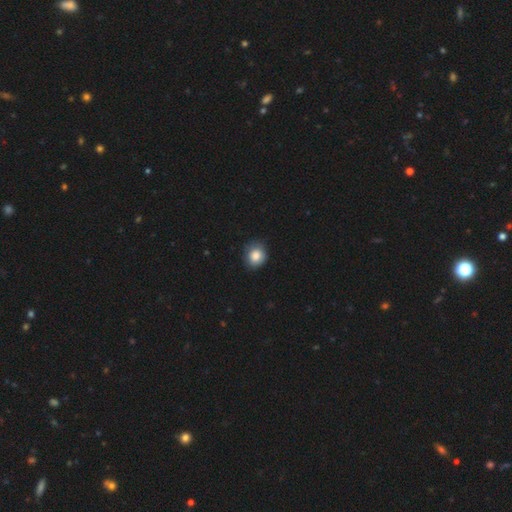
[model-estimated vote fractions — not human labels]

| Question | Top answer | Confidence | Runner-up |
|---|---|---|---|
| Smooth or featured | smooth | 84% | star or artifact (9%) |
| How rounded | round | 70% | in between (29%) |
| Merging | none | 79% | minor disturbance (17%) |